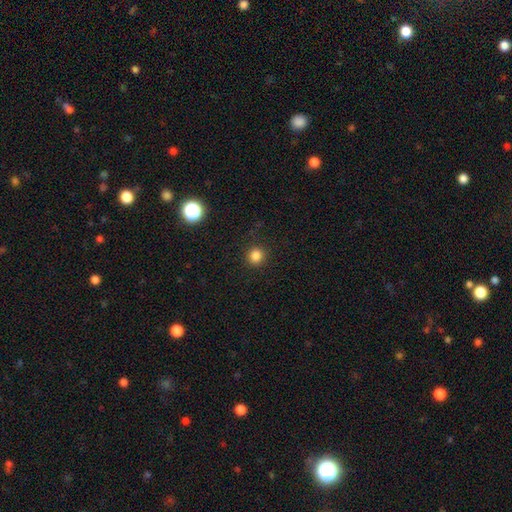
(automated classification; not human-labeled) Morphology: type=smooth (83%); roundness=round (92%); merging=none (91%).